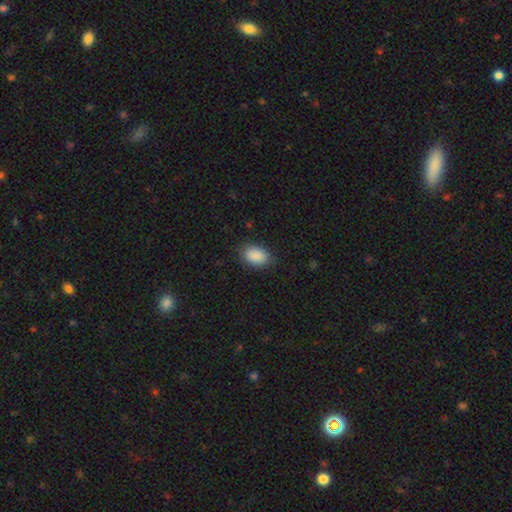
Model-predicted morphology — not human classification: This is clearly a smooth galaxy (90%). How rounded: clearly in between (86%). Merging: clearly none (85%).